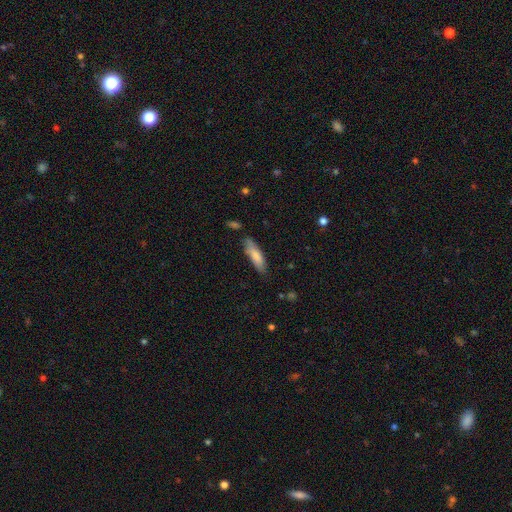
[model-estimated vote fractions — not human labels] The model was most divided on "how rounded": cigar-shaped: 60%, in between: 39%, round: 1%. More confident: smooth or featured — smooth (78%); merging — none (75%).